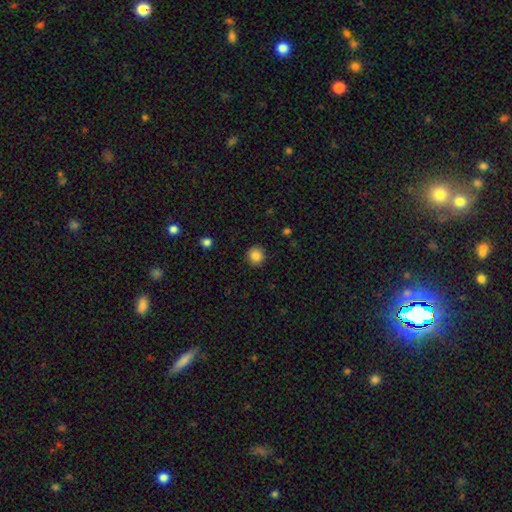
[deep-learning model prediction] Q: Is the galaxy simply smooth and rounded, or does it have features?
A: smooth — 86%.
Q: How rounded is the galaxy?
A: round — 91%.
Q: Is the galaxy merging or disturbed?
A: none — 91%.